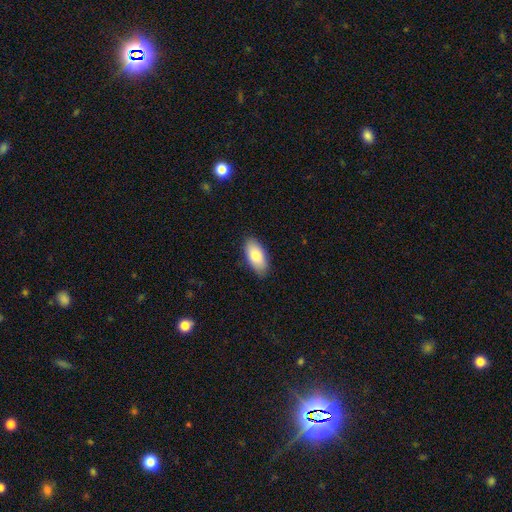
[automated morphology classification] Q: Smooth or featured?
A: smooth (81%); runner-up: featured or disk (13%)
Q: How rounded?
A: in between (92%); runner-up: cigar-shaped (5%)
Q: Merging?
A: none (87%); runner-up: minor disturbance (10%)